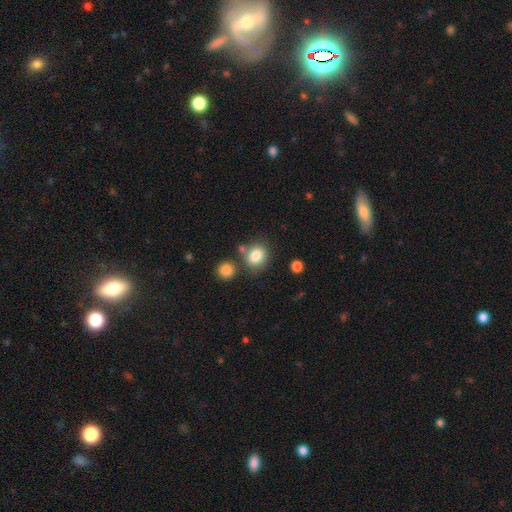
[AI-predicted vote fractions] Smooth or featured?
  - smooth: 83% *
  - star or artifact: 10%
  - featured or disk: 7%
How rounded?
  - round: 64% *
  - in between: 35%
  - cigar-shaped: 1%
Merging?
  - none: 68% *
  - merger: 14%
  - minor disturbance: 13%
  - major disturbance: 4%